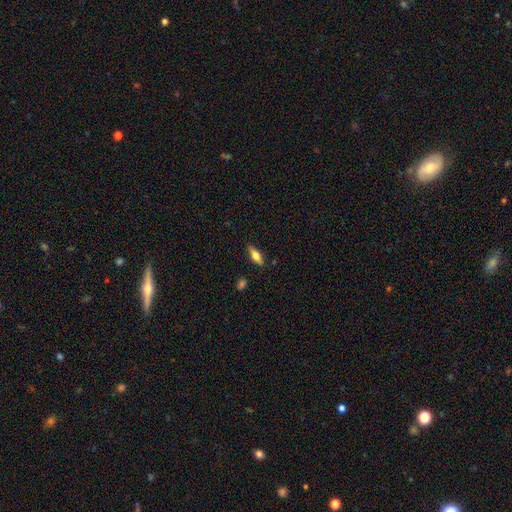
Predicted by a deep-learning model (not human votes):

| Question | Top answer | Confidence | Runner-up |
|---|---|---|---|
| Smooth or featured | smooth | 62% | featured or disk (31%) |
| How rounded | in between | 65% | cigar-shaped (32%) |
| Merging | none | 85% | minor disturbance (11%) |